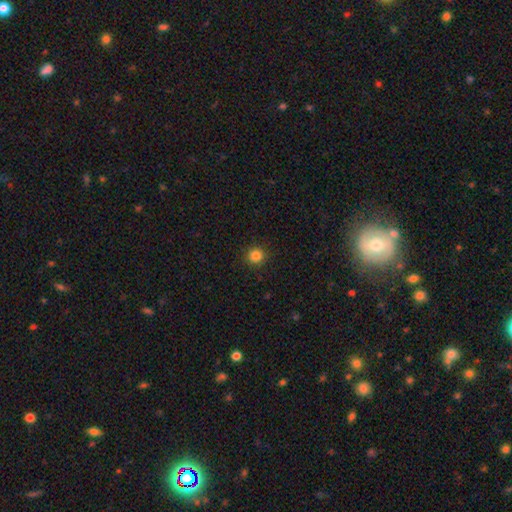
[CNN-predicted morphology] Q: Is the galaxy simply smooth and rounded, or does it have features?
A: smooth — 84%.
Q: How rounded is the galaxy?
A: round — 92%.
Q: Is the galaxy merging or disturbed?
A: none — 91%.